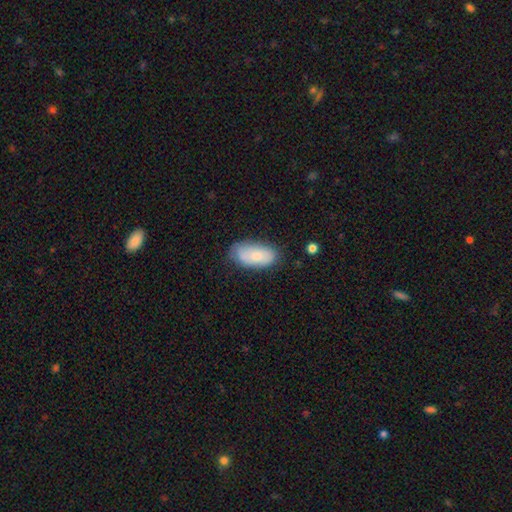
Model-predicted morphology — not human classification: smooth_or_featured: smooth (p=0.70) [alt: featured or disk p=0.23]
how_rounded: in between (p=0.93) [alt: cigar-shaped p=0.03]
merging: none (p=0.67) [alt: minor disturbance p=0.25]